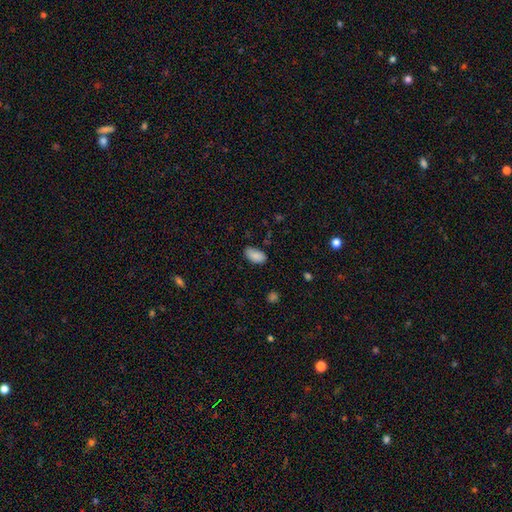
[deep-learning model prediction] smooth 87%, star or artifact 8%, featured or disk 5%. Down the decision tree: how rounded — in between (95%); merging — none (80%).